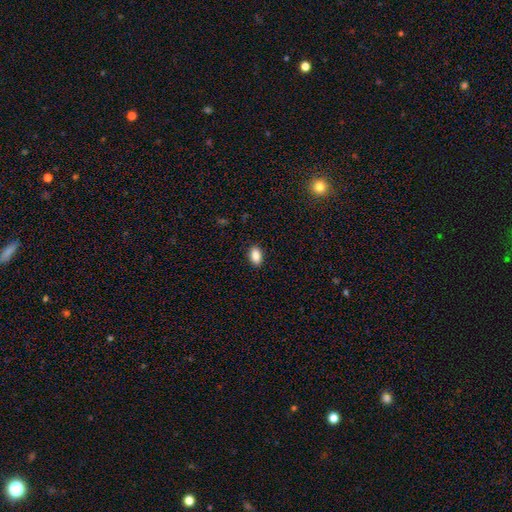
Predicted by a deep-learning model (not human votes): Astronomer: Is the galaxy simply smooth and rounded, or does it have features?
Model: smooth — 88%.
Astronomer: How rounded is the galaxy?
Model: in between — 90%.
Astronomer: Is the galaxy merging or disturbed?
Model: none — 90%.